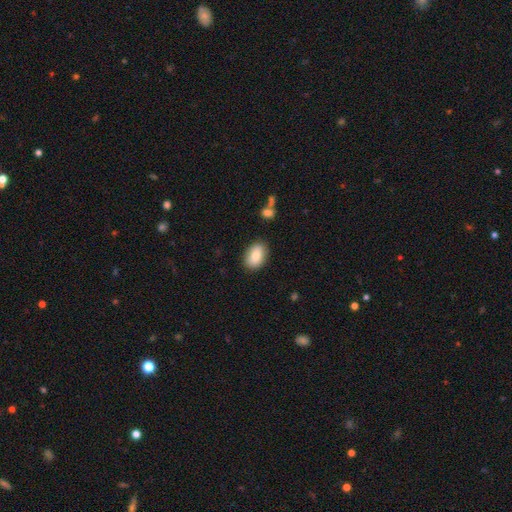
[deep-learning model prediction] smooth_or_featured: smooth (p=0.82) [alt: featured or disk p=0.11]
how_rounded: in between (p=0.85) [alt: round p=0.13]
merging: none (p=0.85) [alt: minor disturbance p=0.11]